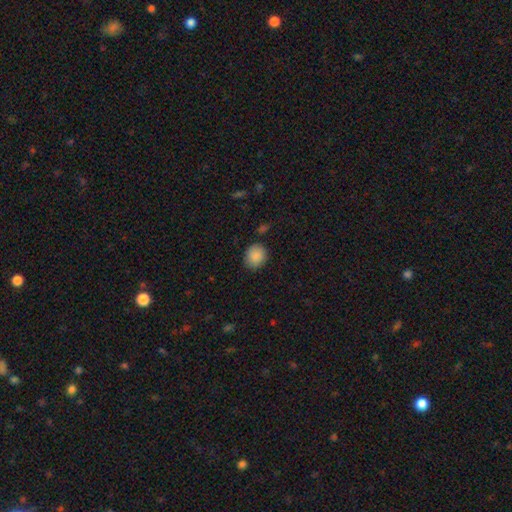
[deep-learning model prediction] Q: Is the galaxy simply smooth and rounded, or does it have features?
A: smooth — 88%.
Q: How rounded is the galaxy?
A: round — 71%.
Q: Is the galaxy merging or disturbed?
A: none — 84%.